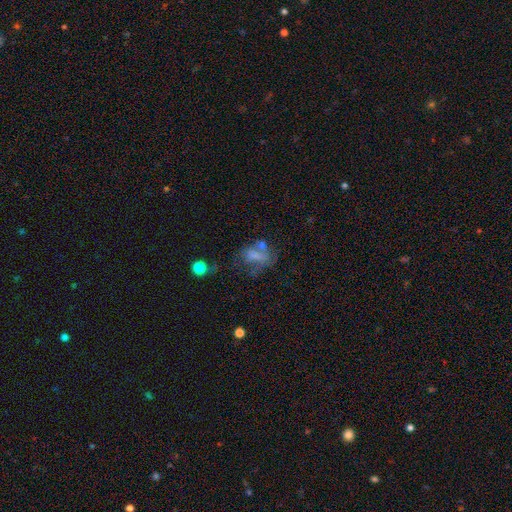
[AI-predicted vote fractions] This is possibly a smooth galaxy (53%). How rounded: likely in between (75%). Merging: marginally major disturbance (31%).